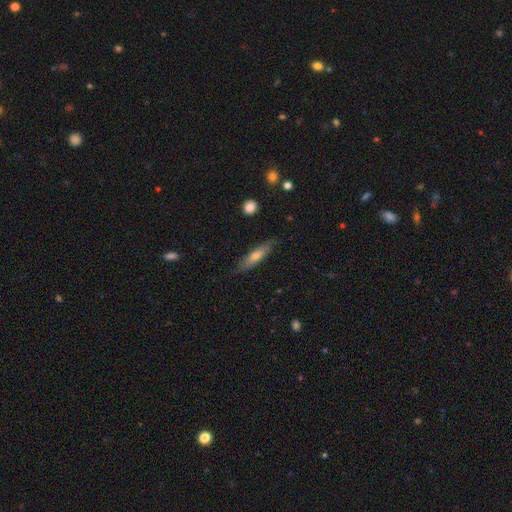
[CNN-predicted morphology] Smooth or featured: smooth — 53% (featured or disk — 40%)
How rounded: cigar-shaped — 75% (in between — 23%)
Merging: none — 82% (minor disturbance — 14%)